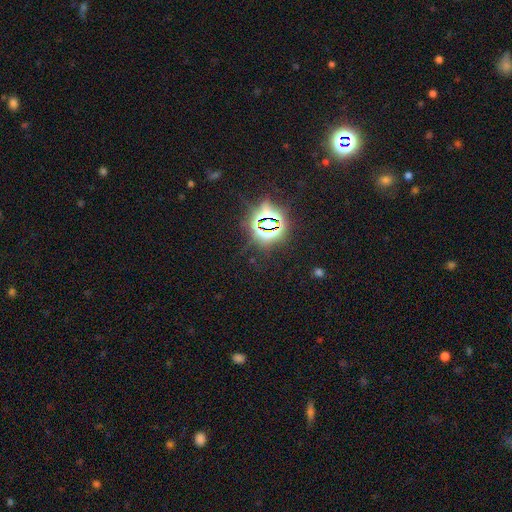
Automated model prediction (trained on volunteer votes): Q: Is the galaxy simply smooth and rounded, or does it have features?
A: star or artifact — 82%.